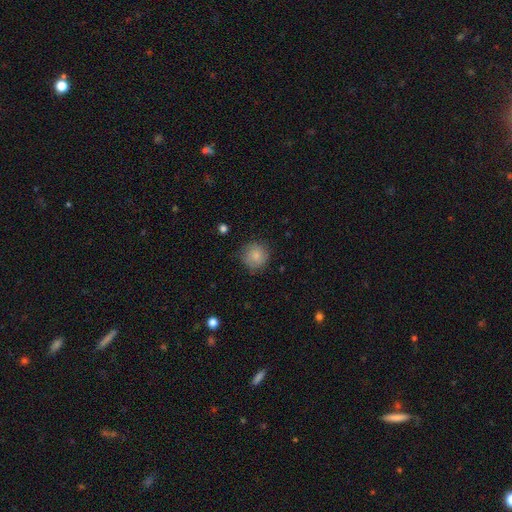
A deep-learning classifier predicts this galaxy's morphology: Q: Smooth or featured?
A: smooth (81%); runner-up: featured or disk (12%)
Q: How rounded?
A: round (92%); runner-up: in between (7%)
Q: Merging?
A: none (76%); runner-up: minor disturbance (18%)